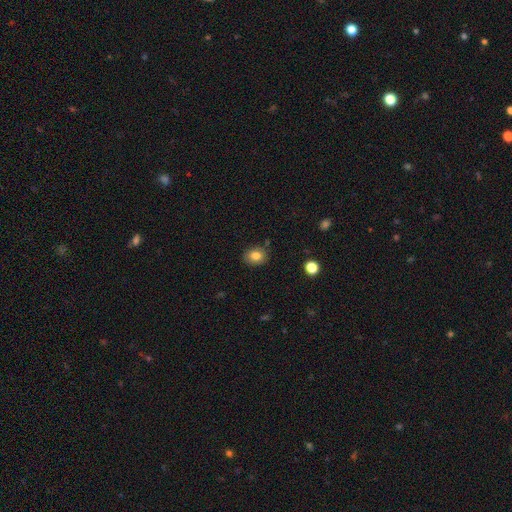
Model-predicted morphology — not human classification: type=smooth (82%); roundness=in between (52%); merging=none (81%).